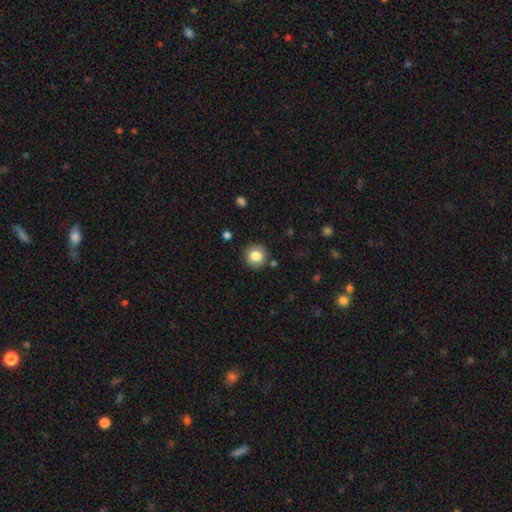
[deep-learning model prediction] Smooth or featured?
  - smooth: 83% *
  - star or artifact: 9%
  - featured or disk: 8%
How rounded?
  - round: 93% *
  - in between: 6%
  - cigar-shaped: 1%
Merging?
  - none: 88% *
  - minor disturbance: 8%
  - merger: 2%
  - major disturbance: 2%